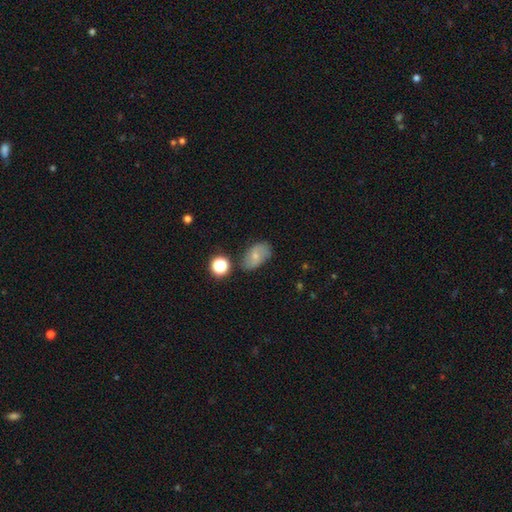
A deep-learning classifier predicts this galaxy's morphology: smooth_or_featured: smooth (p=0.49) [alt: featured or disk p=0.39]
merging: none (p=0.70) [alt: minor disturbance p=0.20]